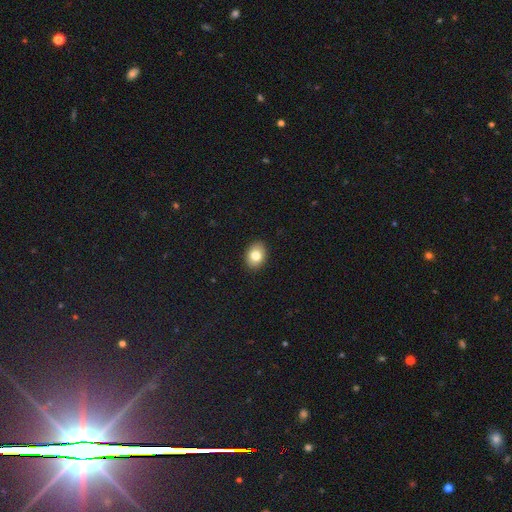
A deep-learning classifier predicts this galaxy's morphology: Smooth or featured: smooth — 81% (featured or disk — 10%)
How rounded: in between — 70% (round — 29%)
Merging: none — 90% (minor disturbance — 8%)